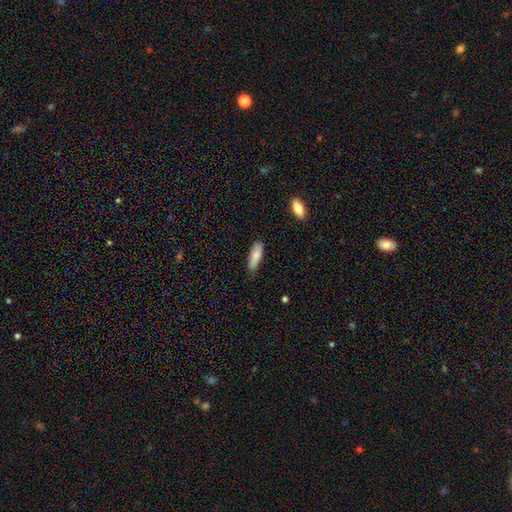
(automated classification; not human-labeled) smooth_or_featured: smooth (p=0.83) [alt: featured or disk p=0.10]
how_rounded: in between (p=0.54) [alt: cigar-shaped p=0.44]
merging: none (p=0.82) [alt: minor disturbance p=0.14]